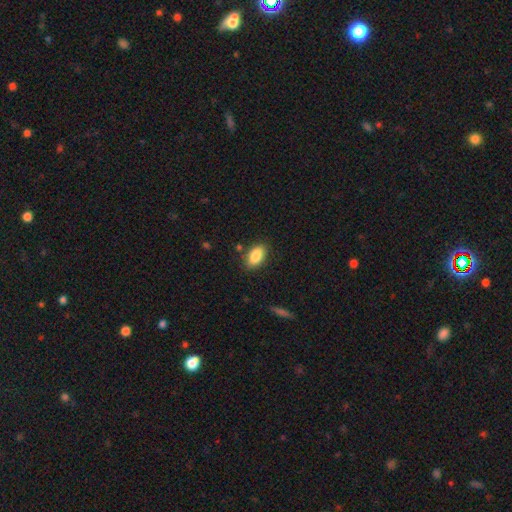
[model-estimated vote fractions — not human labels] Morphology: type=smooth (86%); roundness=in between (91%); merging=none (83%).